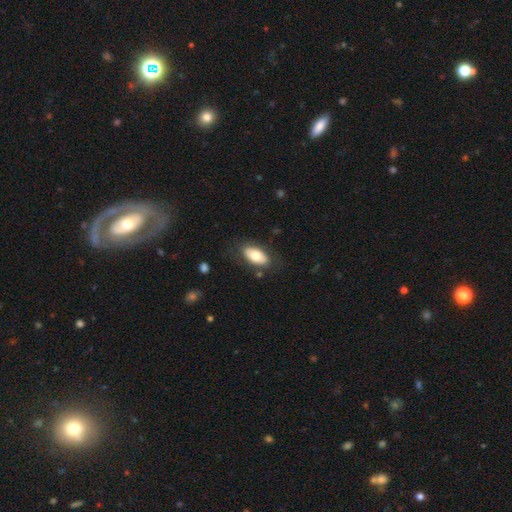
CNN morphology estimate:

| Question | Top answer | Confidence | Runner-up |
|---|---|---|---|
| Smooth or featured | smooth | 71% | featured or disk (23%) |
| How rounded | in between | 92% | cigar-shaped (5%) |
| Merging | none | 79% | minor disturbance (14%) |